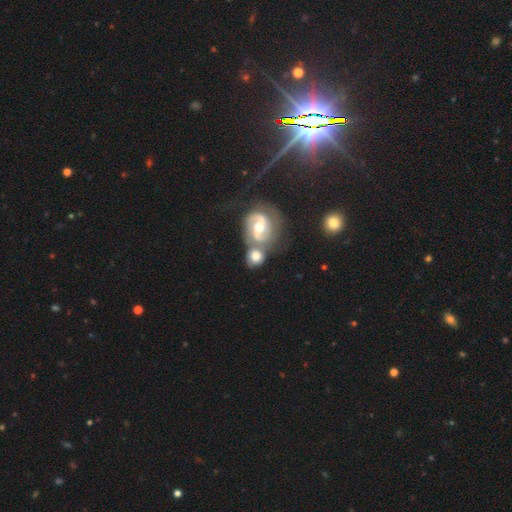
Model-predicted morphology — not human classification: featured or disk 53%, smooth 40%, star or artifact 7%. Down the decision tree: edge-on disk — no (96%); bar — weak (45%); spiral arms — yes (87%); bulge size — moderate (70%); merging — none (44%).